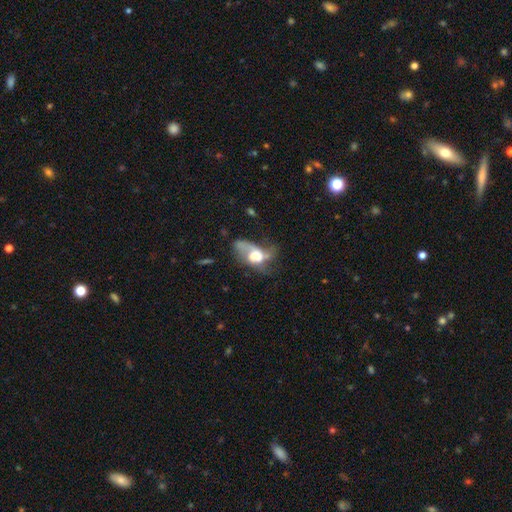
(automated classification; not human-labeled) Q: Smooth or featured?
A: featured or disk (50%); runner-up: smooth (40%)
Q: Merging?
A: major disturbance (48%); runner-up: none (22%)